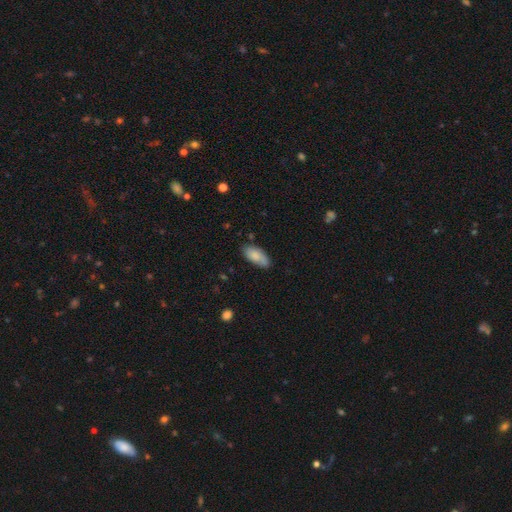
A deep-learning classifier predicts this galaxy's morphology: Smooth or featured?
  - smooth: 80% *
  - featured or disk: 13%
  - star or artifact: 7%
How rounded?
  - in between: 90% *
  - cigar-shaped: 8%
  - round: 2%
Merging?
  - none: 72% *
  - minor disturbance: 22%
  - major disturbance: 4%
  - merger: 3%